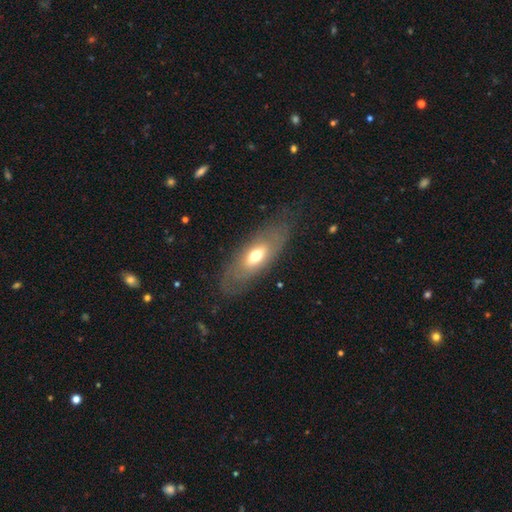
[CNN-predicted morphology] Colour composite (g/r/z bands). It shows a smooth galaxy with no disk features (48%). Merging: none (75%).